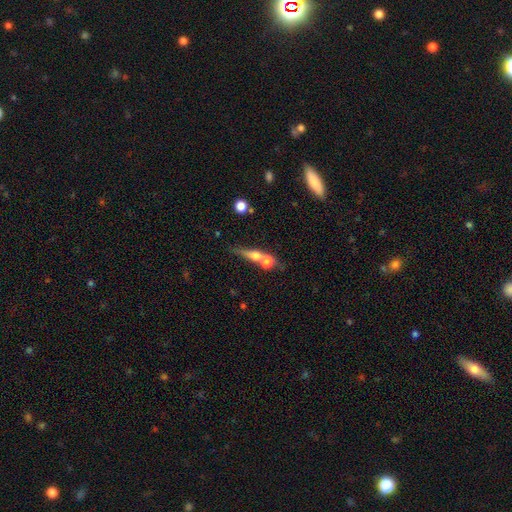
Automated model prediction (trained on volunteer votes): Smooth or featured: smooth — 53% (featured or disk — 37%)
How rounded: cigar-shaped — 38% (round — 32%)
Merging: merger — 56% (none — 29%)